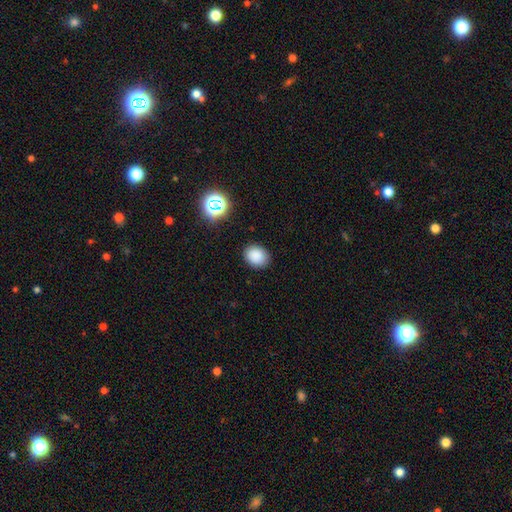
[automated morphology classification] A smooth galaxy with no disk features (85%) that is in between round and cigar-shaped (53%).

Vote fractions:
- Smooth or featured? smooth: 85% / star or artifact: 12% / featured or disk: 4%
- How rounded? in between: 53% / round: 46% / cigar-shaped: 1%
- Merging? none: 87% / minor disturbance: 9% / major disturbance: 3% / merger: 1%